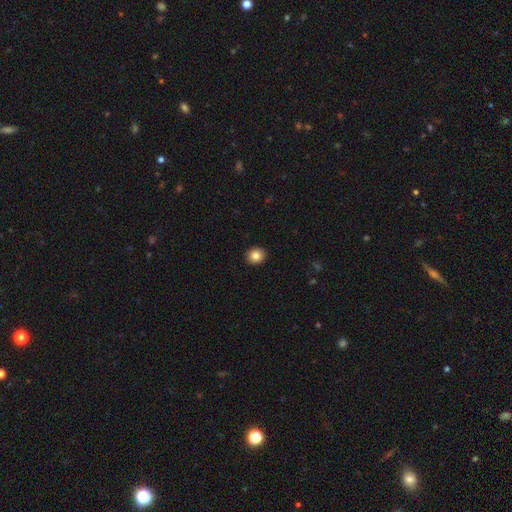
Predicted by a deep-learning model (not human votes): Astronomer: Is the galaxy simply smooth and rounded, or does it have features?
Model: smooth — 84%.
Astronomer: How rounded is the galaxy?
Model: round — 84%.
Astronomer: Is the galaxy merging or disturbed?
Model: none — 93%.